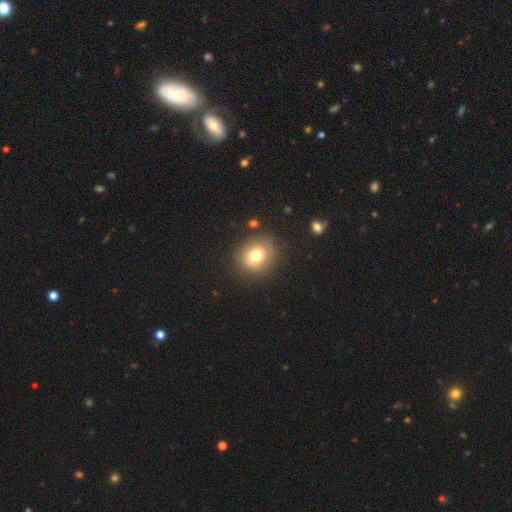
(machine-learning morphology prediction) type=smooth (73%); roundness=round (82%); merging=none (82%).